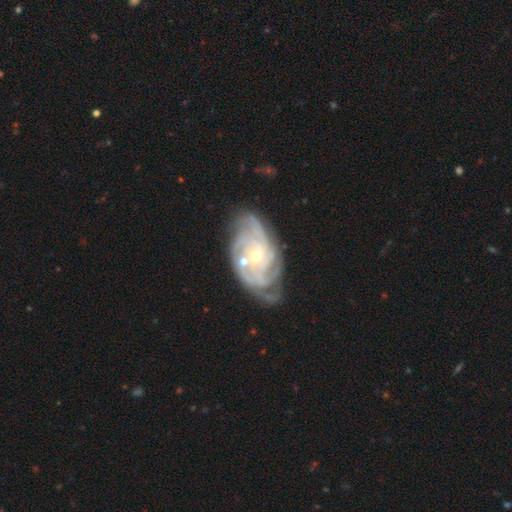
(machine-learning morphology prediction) This is clearly a featured or disk galaxy (87%). It is clearly not viewed edge-on (96%). Bar: likely no (65%). Spiral arm pattern: clearly yes (96%). Spiral arm count: marginally 4 (29%). Spiral winding: likely tight (68%). Central bulge: possibly small (59%). Merging: likely none (67%).